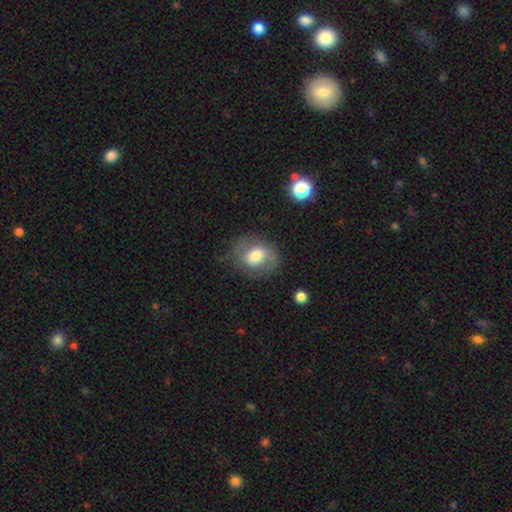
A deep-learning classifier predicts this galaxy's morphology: The model was most divided on "smooth or featured": smooth: 48%, featured or disk: 44%, star or artifact: 8%. More confident: merging — none (69%).